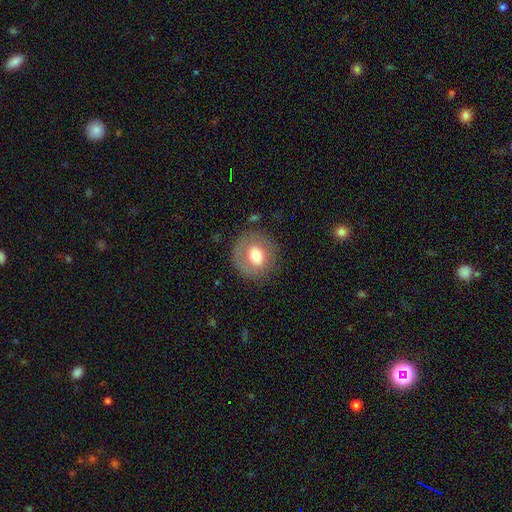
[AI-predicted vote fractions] Overall: smooth (63%; featured or disk 28%). How rounded: round (83%). Merging: none (76%).